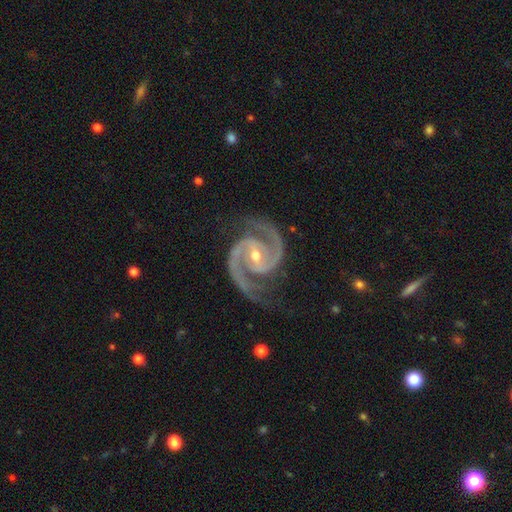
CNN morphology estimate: Q: Smooth or featured?
A: featured or disk (95%); runner-up: star or artifact (4%)
Q: Edge-on disk?
A: no (98%); runner-up: yes (2%)
Q: Bar?
A: weak (42%); runner-up: no (31%)
Q: Spiral arms?
A: yes (99%); runner-up: no (1%)
Q: Spiral winding?
A: medium (60%); runner-up: tight (33%)
Q: Spiral arm count?
A: 2 (94%); runner-up: 3 (2%)
Q: Bulge size?
A: moderate (52%); runner-up: small (45%)
Q: Merging?
A: none (78%); runner-up: minor disturbance (15%)